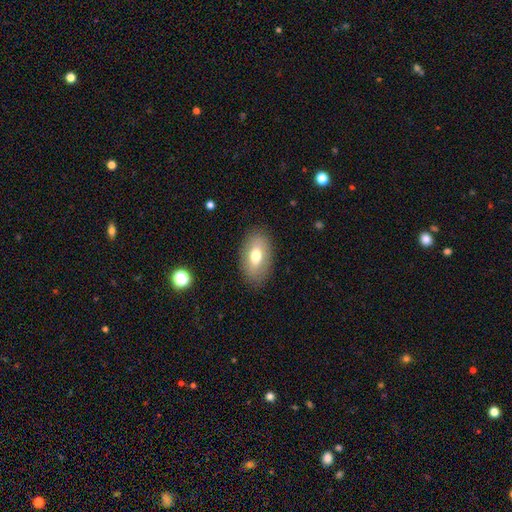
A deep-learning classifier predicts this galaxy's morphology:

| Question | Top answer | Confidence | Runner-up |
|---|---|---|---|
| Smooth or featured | smooth | 68% | featured or disk (24%) |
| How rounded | in between | 91% | round (7%) |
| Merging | none | 86% | minor disturbance (10%) |